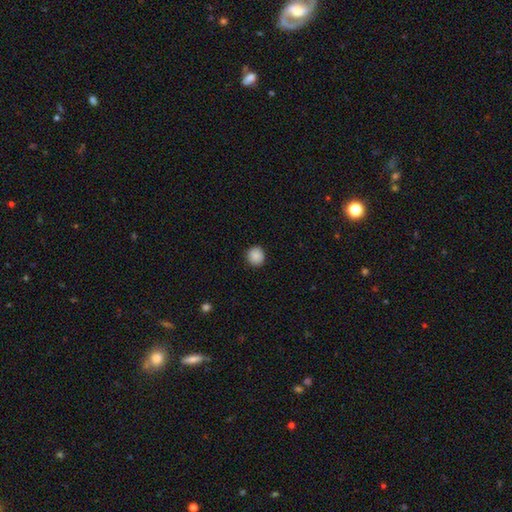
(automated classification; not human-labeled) Smooth or featured? Predicted: smooth (p=0.89). How rounded? Predicted: round (p=0.92). Merging? Predicted: none (p=0.92).